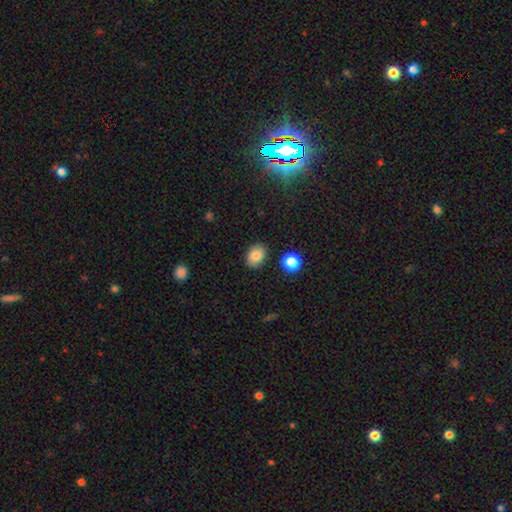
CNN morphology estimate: Smooth or featured?
  - smooth: 85% *
  - star or artifact: 9%
  - featured or disk: 6%
How rounded?
  - in between: 70% *
  - round: 29%
  - cigar-shaped: 1%
Merging?
  - none: 86% *
  - minor disturbance: 9%
  - merger: 2%
  - major disturbance: 2%